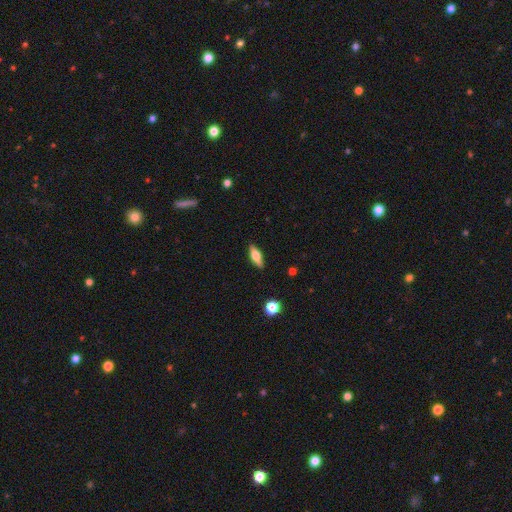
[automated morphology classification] This appears to be a smooth galaxy with no disk features (56%) that is in between round and cigar-shaped (58%). Merging: none (87%).